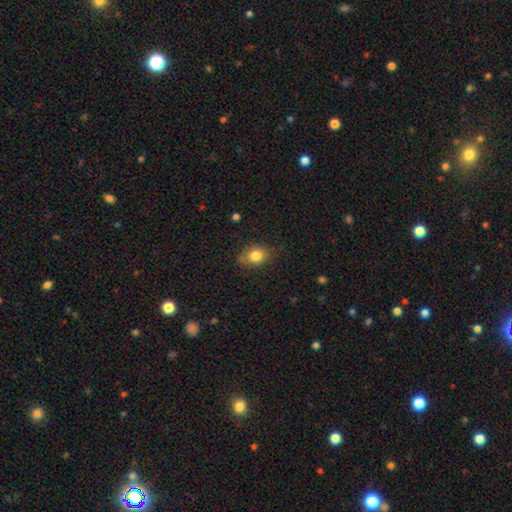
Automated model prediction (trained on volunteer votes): Morphology: type=smooth (81%); roundness=in between (55%); merging=none (73%).